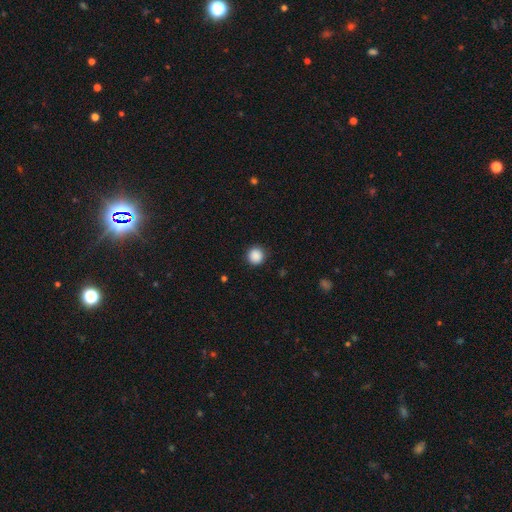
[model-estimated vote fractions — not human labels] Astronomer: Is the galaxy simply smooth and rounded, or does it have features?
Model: smooth — 89%.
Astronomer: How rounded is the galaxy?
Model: round — 95%.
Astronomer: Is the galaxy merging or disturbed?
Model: none — 91%.